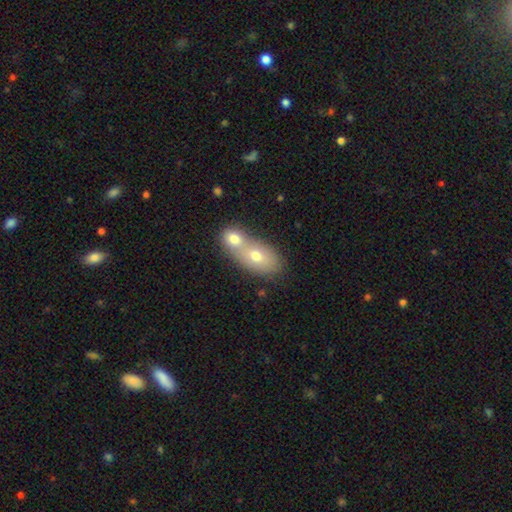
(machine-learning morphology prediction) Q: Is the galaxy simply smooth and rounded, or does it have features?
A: smooth — 66%.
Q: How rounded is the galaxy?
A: in between — 78%.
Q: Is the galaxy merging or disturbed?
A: merger — 68%.